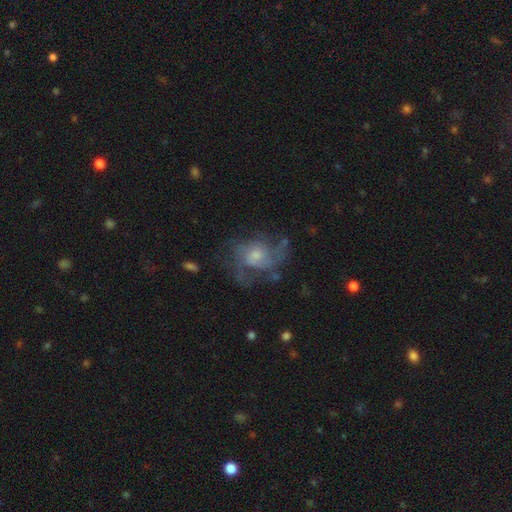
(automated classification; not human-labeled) A featured or disk galaxy (68%) with no bar (75%), medium (46%) spiral arms (79%) and a small central bulge (49%). Merging: none (51%).